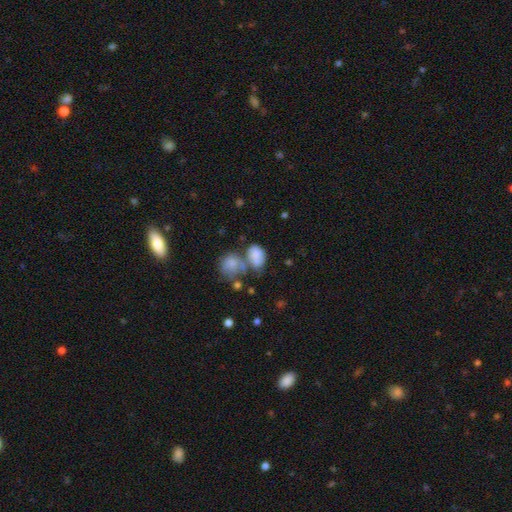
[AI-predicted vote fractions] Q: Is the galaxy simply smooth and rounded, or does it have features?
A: smooth — 73%.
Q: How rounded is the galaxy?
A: in between — 75%.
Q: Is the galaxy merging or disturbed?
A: merger — 44%.